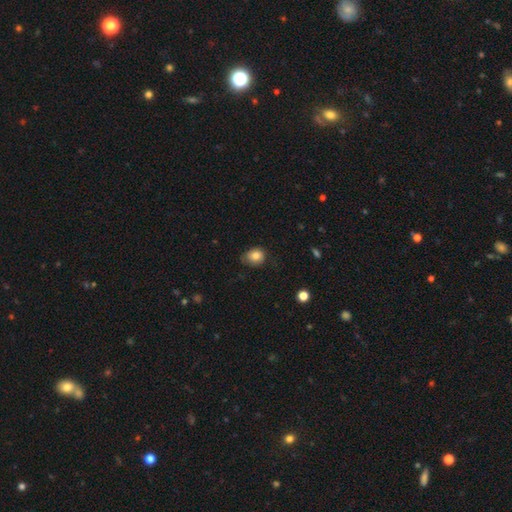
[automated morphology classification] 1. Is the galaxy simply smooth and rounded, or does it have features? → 81% smooth, 10% star or artifact, 9% featured or disk.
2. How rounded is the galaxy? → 65% round, 34% in between, 1% cigar-shaped.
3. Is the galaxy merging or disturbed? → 60% none, 31% minor disturbance, 7% major disturbance, 1% merger.